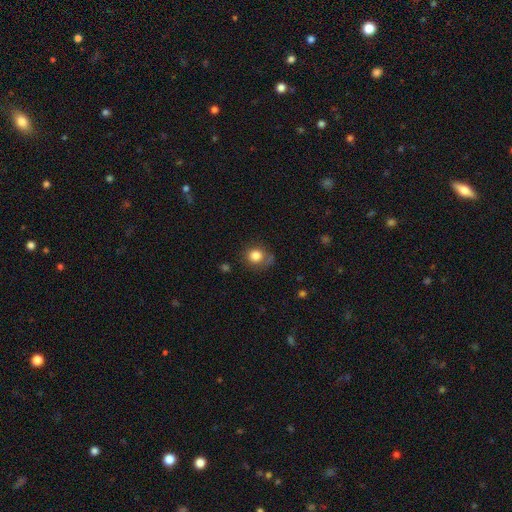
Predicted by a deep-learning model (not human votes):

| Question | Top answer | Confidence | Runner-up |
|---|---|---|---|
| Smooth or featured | smooth | 82% | star or artifact (10%) |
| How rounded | round | 77% | in between (22%) |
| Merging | none | 64% | minor disturbance (23%) |